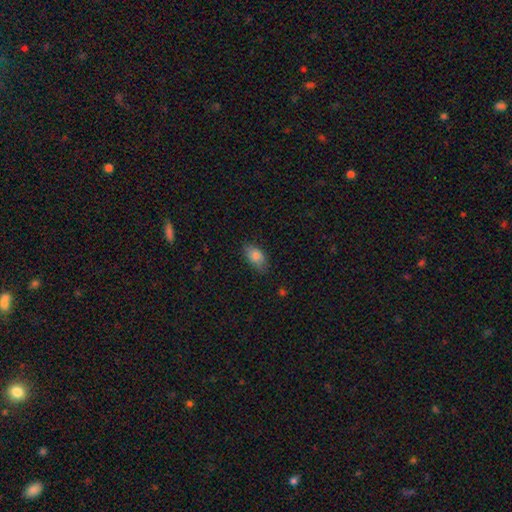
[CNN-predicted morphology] A smooth galaxy with no disk features (80%) that is in between round and cigar-shaped (90%). Merging: none (76%).